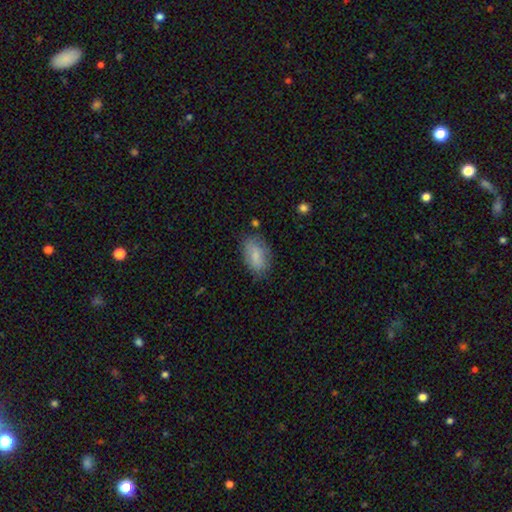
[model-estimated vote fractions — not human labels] Smooth or featured? Predicted: smooth (p=0.80). How rounded? Predicted: in between (p=0.92). Merging? Predicted: none (p=0.71).